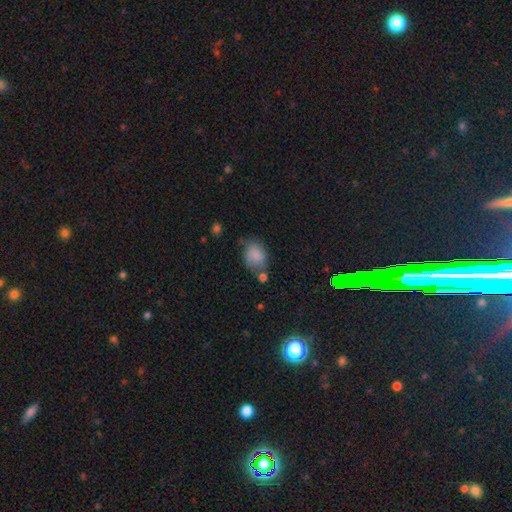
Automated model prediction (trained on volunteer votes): smooth 82%, featured or disk 9%, star or artifact 9%. Down the decision tree: how rounded — in between (61%); merging — none (53%).